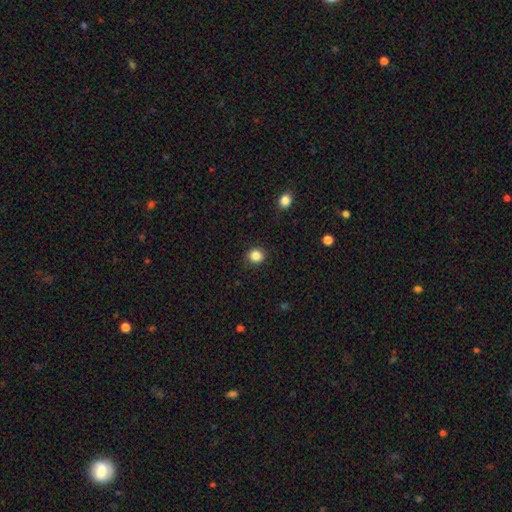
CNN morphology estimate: smooth-or-featured: smooth: 86% | star or artifact: 11% | featured or disk: 3%
  how-rounded: round: 87% | in between: 12% | cigar-shaped: 1%
  merging: none: 89% | minor disturbance: 8% | major disturbance: 2% | merger: 1%